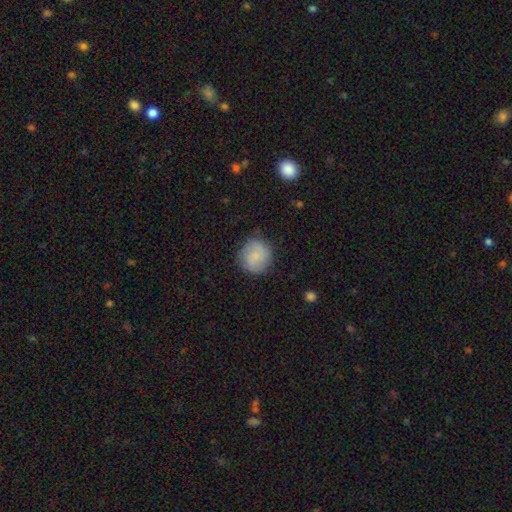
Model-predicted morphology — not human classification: Smooth or featured: smooth — 73% (featured or disk — 20%)
How rounded: round — 91% (in between — 8%)
Merging: none — 83% (minor disturbance — 13%)